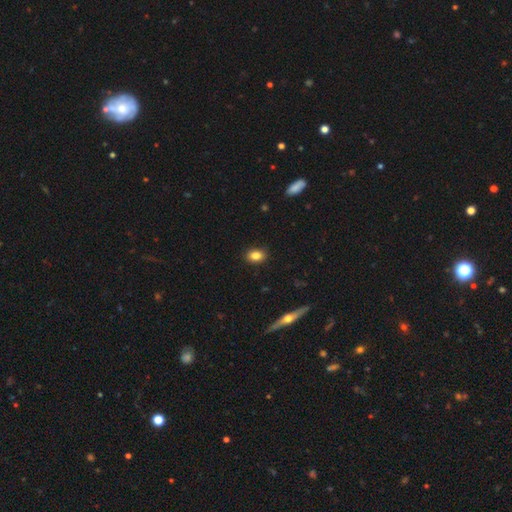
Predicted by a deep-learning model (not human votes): A smooth galaxy with no disk features (83%) that is in between round and cigar-shaped (71%).

Vote fractions:
- Smooth or featured? smooth: 83% / featured or disk: 9% / star or artifact: 9%
- How rounded? in between: 71% / round: 27% / cigar-shaped: 2%
- Merging? none: 89% / minor disturbance: 8% / major disturbance: 2% / merger: 1%